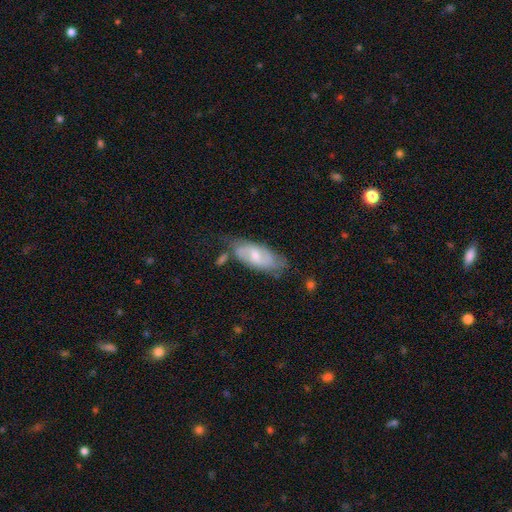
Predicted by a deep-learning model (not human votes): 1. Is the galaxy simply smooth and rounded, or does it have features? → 56% featured or disk, 38% smooth, 6% star or artifact.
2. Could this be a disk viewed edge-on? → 89% no, 11% yes.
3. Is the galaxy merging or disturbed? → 57% none, 27% minor disturbance, 9% major disturbance, 8% merger.